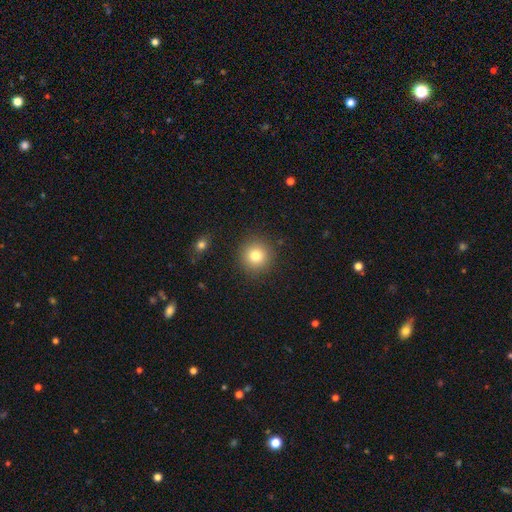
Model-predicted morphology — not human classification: Overall: smooth (79%). How rounded: round (94%). Merging: none (90%).